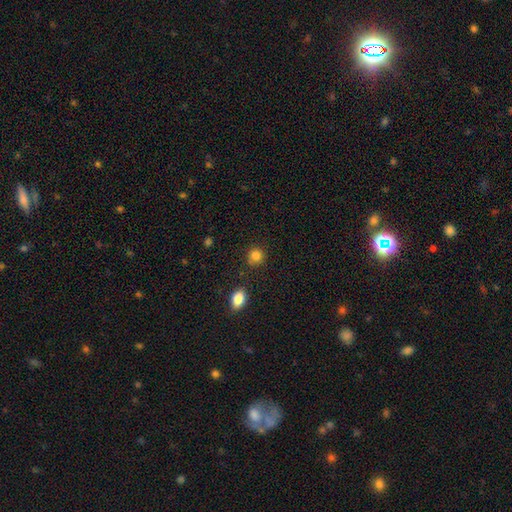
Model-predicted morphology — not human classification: Smooth or featured: smooth — 85% (star or artifact — 11%)
How rounded: round — 86% (in between — 13%)
Merging: none — 80% (minor disturbance — 11%)